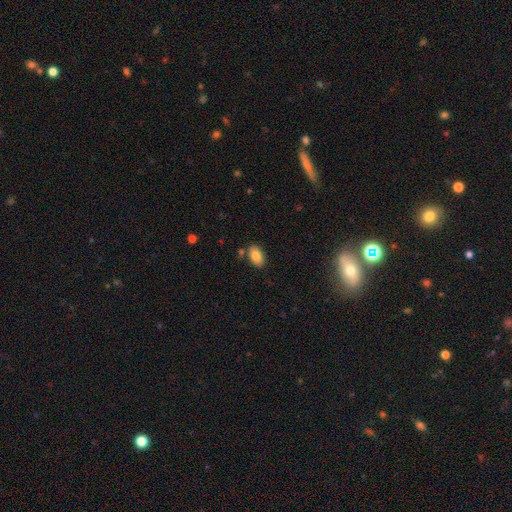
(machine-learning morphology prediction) Smooth or featured? smooth (85%)
How rounded? in between (93%)
Merging? none (79%)